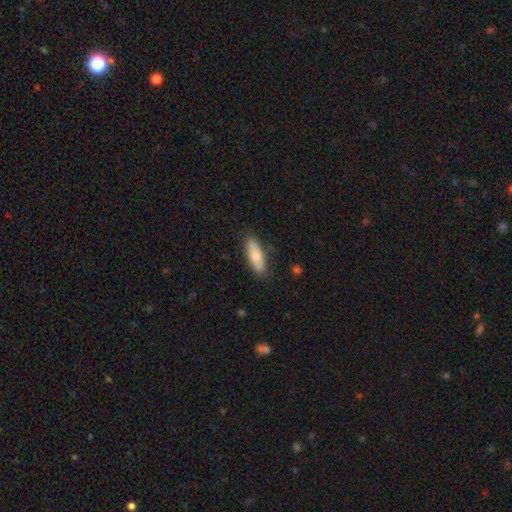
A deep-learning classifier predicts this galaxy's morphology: Overall: smooth (76%). How rounded: in between (60%; cigar-shaped 38%). Merging: none (84%).